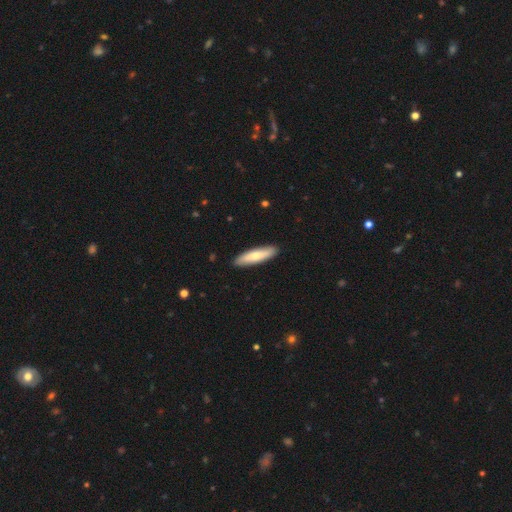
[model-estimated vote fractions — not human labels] smooth 67%, featured or disk 29%, star or artifact 5%. Down the decision tree: how rounded — cigar-shaped (73%); merging — none (90%).